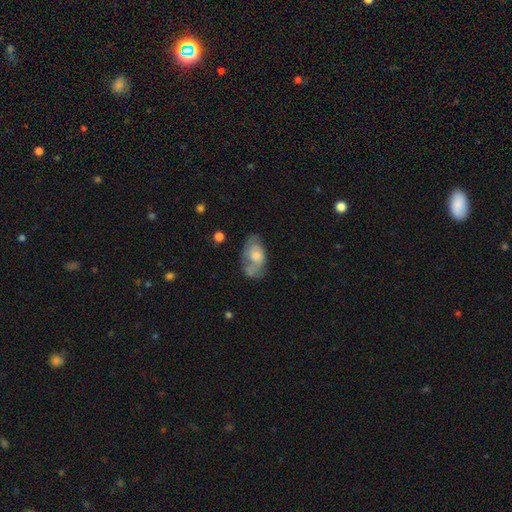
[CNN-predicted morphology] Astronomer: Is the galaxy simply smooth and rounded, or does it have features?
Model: smooth — 50% (runner-up: featured or disk, 42%).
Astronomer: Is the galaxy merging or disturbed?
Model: none — 44% (runner-up: minor disturbance, 26%).